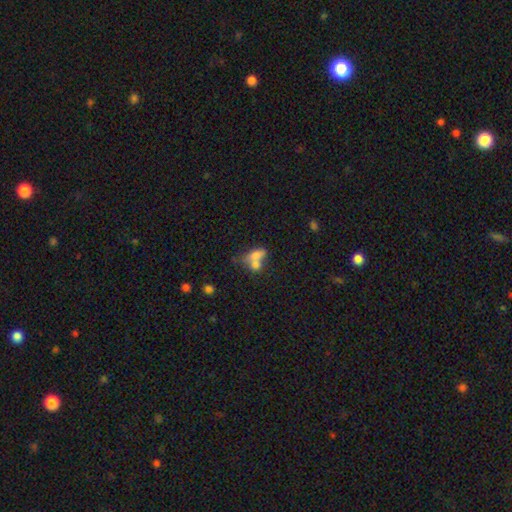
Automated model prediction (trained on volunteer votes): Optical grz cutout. It shows a smooth galaxy with no disk features (68%) that is in between round and cigar-shaped (70%). Merging: merger (65%).